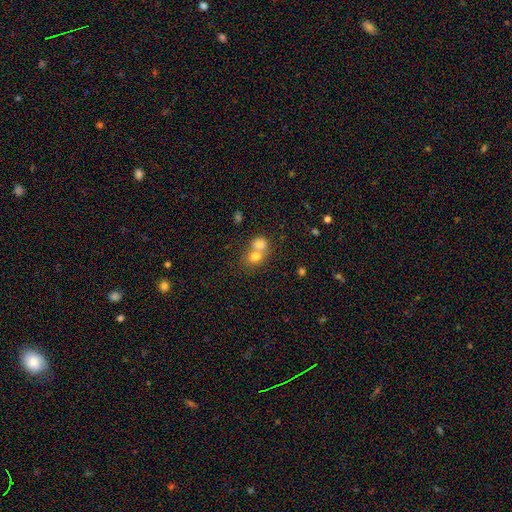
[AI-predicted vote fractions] Q: Smooth or featured?
A: smooth (71%); runner-up: featured or disk (16%)
Q: How rounded?
A: round (71%); runner-up: in between (28%)
Q: Merging?
A: merger (65%); runner-up: none (28%)